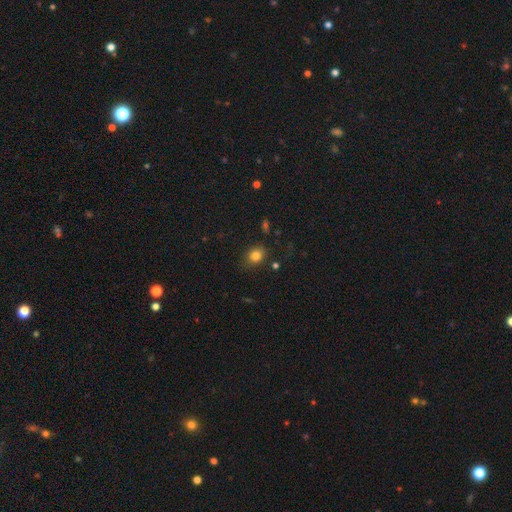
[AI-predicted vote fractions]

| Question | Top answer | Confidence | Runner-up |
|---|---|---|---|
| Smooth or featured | smooth | 80% | star or artifact (12%) |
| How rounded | round | 52% | in between (47%) |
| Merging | none | 82% | minor disturbance (13%) |